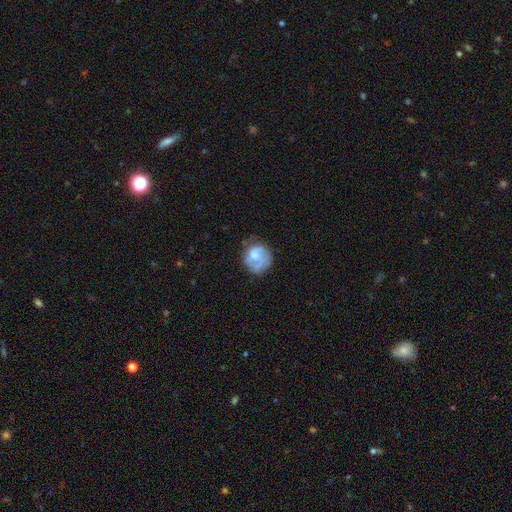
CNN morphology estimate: Smooth or featured?
  - featured or disk: 47% *
  - smooth: 46%
  - star or artifact: 7%
Merging?
  - none: 55% *
  - minor disturbance: 25%
  - major disturbance: 17%
  - merger: 3%